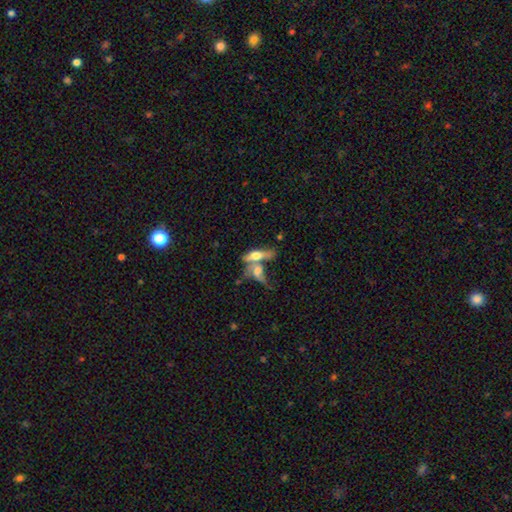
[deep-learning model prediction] Smooth or featured? featured or disk (49%)
Merging? merger (53%)